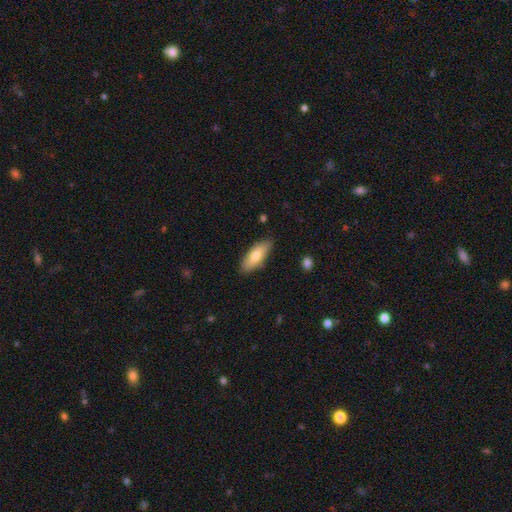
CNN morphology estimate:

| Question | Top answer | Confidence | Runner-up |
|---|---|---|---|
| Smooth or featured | smooth | 73% | featured or disk (21%) |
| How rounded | in between | 70% | cigar-shaped (27%) |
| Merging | none | 84% | minor disturbance (13%) |